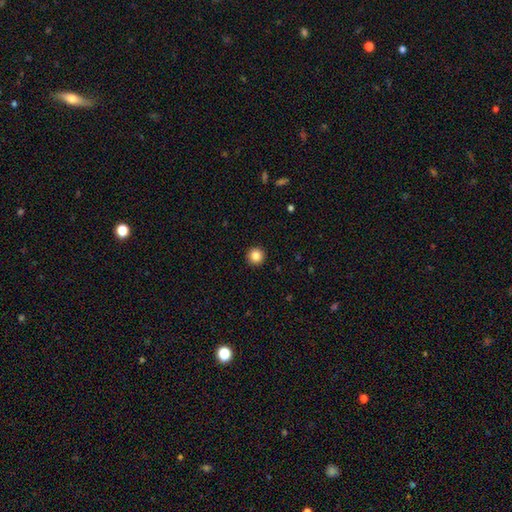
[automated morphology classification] A smooth galaxy with no disk features (85%) that is round (96%).

Vote fractions:
- Smooth or featured? smooth: 85% / star or artifact: 10% / featured or disk: 5%
- How rounded? round: 96% / in between: 3% / cigar-shaped: 1%
- Merging? none: 94% / minor disturbance: 4% / major disturbance: 1% / merger: 1%